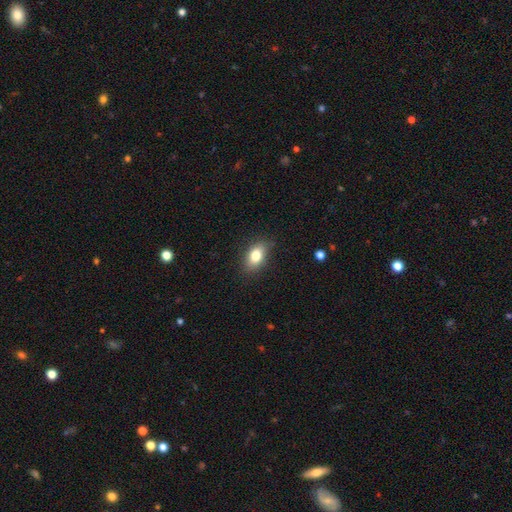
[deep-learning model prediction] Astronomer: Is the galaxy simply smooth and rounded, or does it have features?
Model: smooth — 80%.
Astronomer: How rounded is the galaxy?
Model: in between — 86%.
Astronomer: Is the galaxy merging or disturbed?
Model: none — 83%.